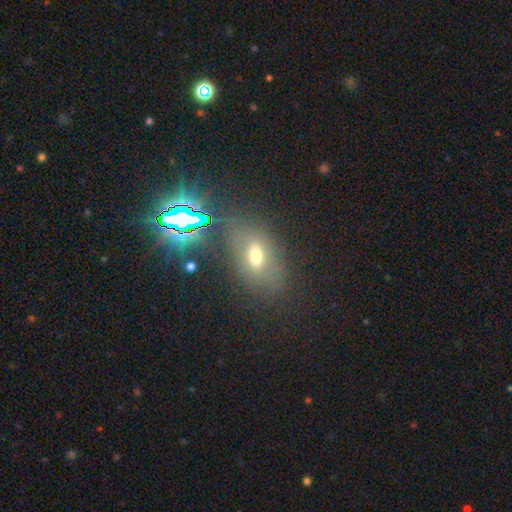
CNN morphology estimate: Smooth or featured?
  - smooth: 56% *
  - star or artifact: 24%
  - featured or disk: 20%
How rounded?
  - in between: 80% *
  - round: 14%
  - cigar-shaped: 6%
Merging?
  - none: 70% *
  - minor disturbance: 16%
  - major disturbance: 10%
  - merger: 5%